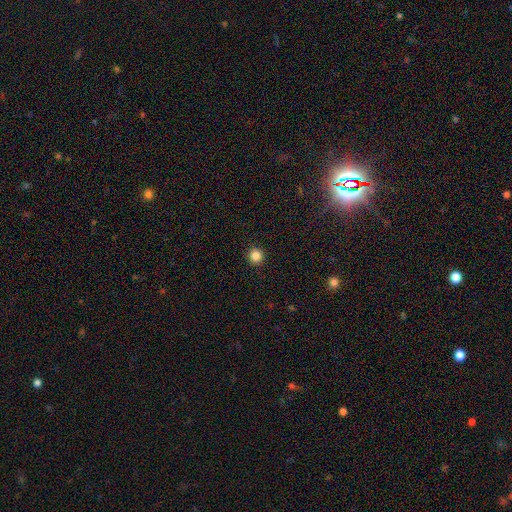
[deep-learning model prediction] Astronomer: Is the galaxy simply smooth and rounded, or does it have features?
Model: smooth — 86%.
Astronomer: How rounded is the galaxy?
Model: round — 95%.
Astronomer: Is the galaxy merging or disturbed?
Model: none — 94%.